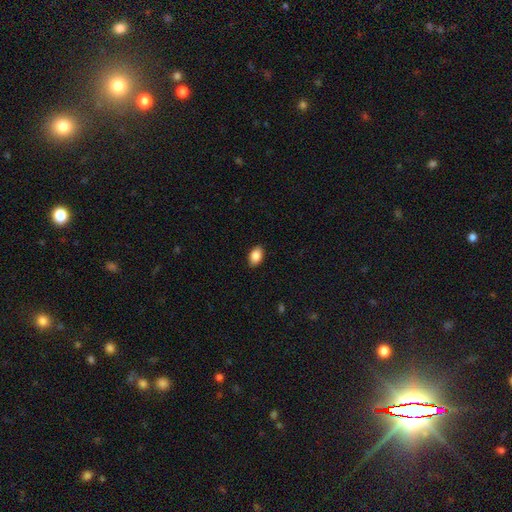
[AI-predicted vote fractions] Smooth or featured? smooth (87%)
How rounded? in between (90%)
Merging? none (89%)